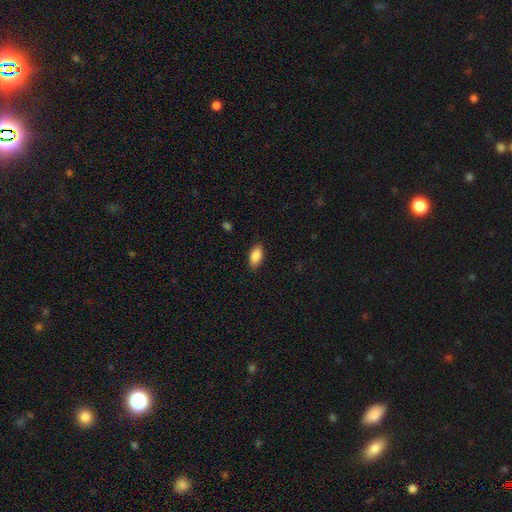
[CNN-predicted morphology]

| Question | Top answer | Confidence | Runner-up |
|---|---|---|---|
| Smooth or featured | smooth | 87% | star or artifact (7%) |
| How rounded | in between | 92% | cigar-shaped (5%) |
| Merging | none | 87% | minor disturbance (10%) |